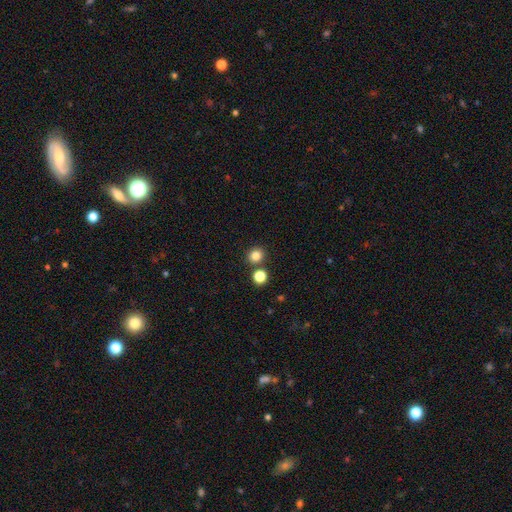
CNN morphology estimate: Smooth or featured? Predicted: smooth (p=0.82). How rounded? Predicted: round (p=0.87). Merging? Predicted: none (p=0.80).